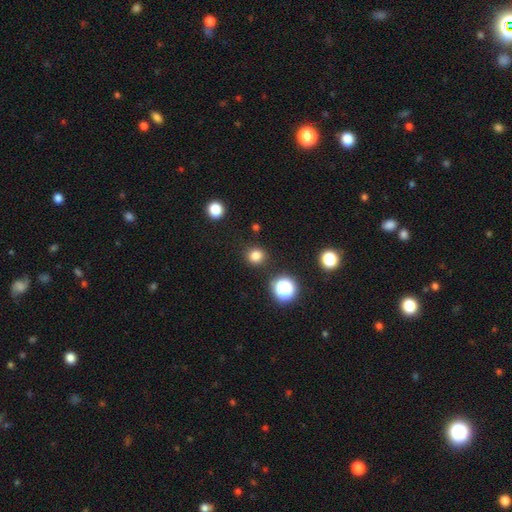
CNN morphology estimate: Smooth or featured: smooth — 79% (star or artifact — 16%)
How rounded: round — 90% (in between — 9%)
Merging: none — 89% (minor disturbance — 6%)